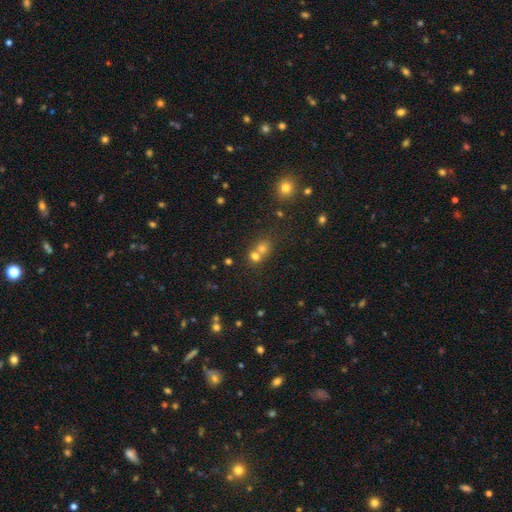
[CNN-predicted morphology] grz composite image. It shows a smooth galaxy with no disk features (66%) that is round (79%). Merging: merger (50%).